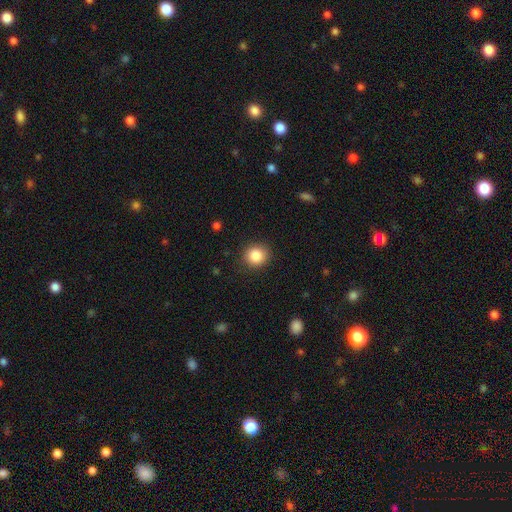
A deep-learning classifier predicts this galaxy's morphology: A smooth galaxy with no disk features (86%) that is round (86%).

Vote fractions:
- Smooth or featured? smooth: 86% / star or artifact: 9% / featured or disk: 5%
- How rounded? round: 86% / in between: 13% / cigar-shaped: 1%
- Merging? none: 89% / minor disturbance: 8% / major disturbance: 2% / merger: 1%